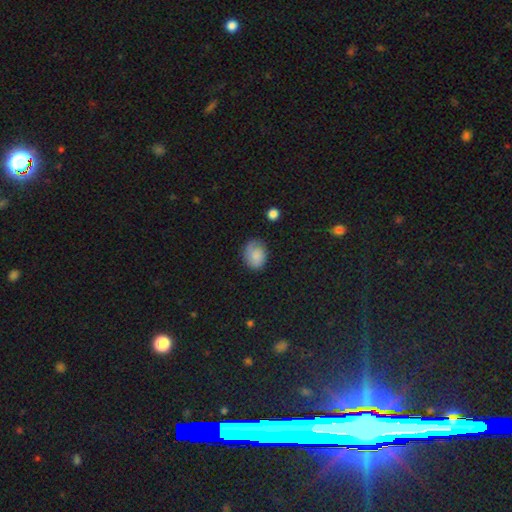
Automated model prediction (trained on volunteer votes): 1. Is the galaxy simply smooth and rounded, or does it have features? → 74% smooth, 17% featured or disk, 9% star or artifact.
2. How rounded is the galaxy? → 51% in between, 48% round, 1% cigar-shaped.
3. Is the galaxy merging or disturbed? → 63% none, 27% minor disturbance, 9% major disturbance, 2% merger.